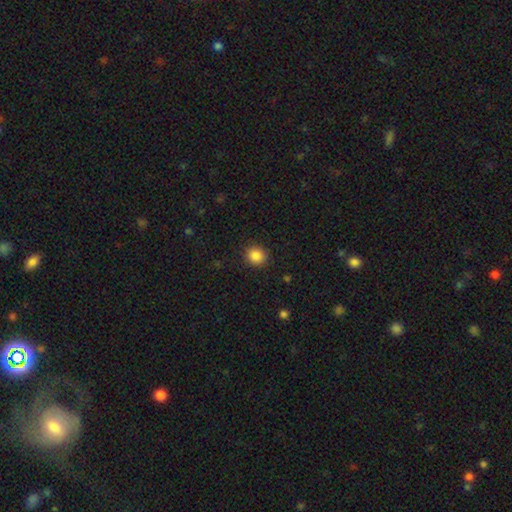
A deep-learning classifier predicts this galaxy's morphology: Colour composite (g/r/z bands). It shows a smooth galaxy with no disk features (87%) that is round (87%). Merging: none (91%).